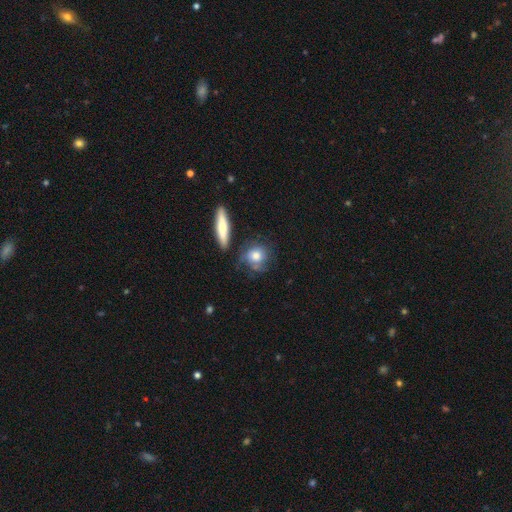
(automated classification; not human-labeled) smooth_or_featured: smooth (p=0.67) [alt: featured or disk p=0.25]
how_rounded: round (p=0.68) [alt: in between p=0.27]
merging: none (p=0.59) [alt: minor disturbance p=0.21]